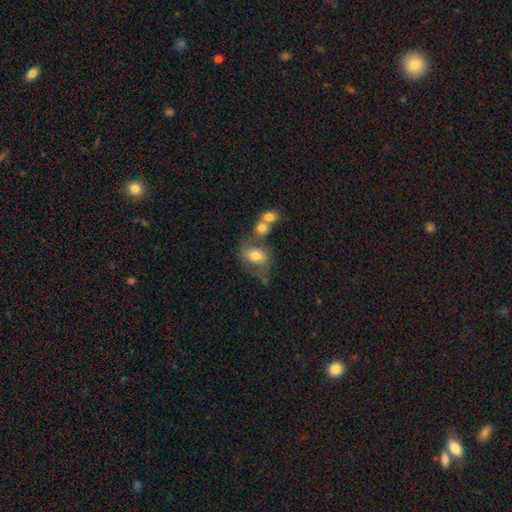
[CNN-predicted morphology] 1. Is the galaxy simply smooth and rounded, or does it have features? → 62% smooth, 29% featured or disk, 9% star or artifact.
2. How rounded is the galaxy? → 75% in between, 23% round, 2% cigar-shaped.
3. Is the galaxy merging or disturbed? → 35% none, 33% merger, 18% minor disturbance, 13% major disturbance.